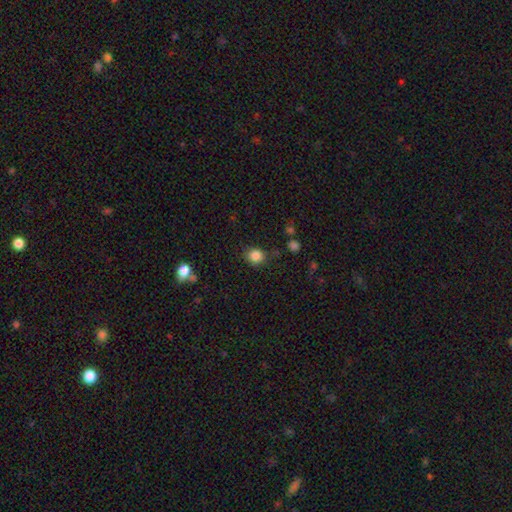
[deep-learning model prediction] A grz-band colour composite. It shows a smooth galaxy with no disk features (85%) that is round (80%). Merging: none (83%).